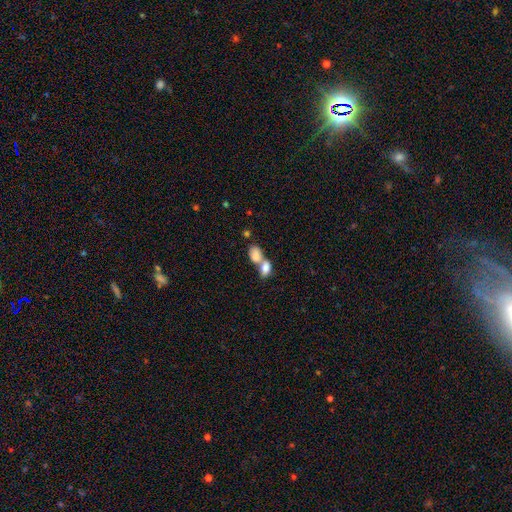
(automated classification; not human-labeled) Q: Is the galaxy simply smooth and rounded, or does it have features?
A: smooth — 82%.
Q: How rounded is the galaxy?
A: in between — 86%.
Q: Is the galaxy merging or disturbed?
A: merger — 69%.